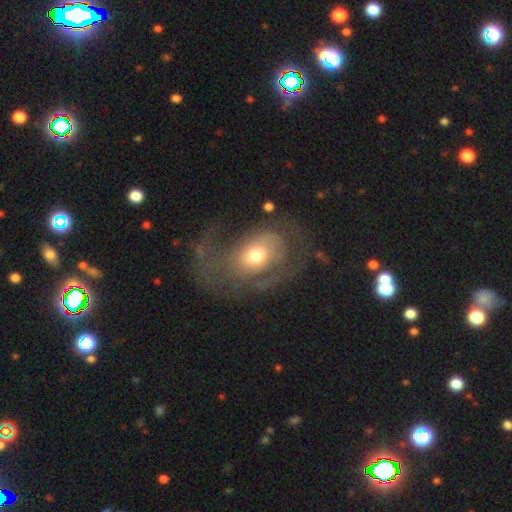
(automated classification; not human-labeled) Smooth or featured: featured or disk — 67% (smooth — 26%)
Edge-on disk: no — 95% (yes — 5%)
Bar: no — 79% (weak — 17%)
Spiral arms: yes — 69% (no — 31%)
Bulge size: moderate — 64% (small — 22%)
Merging: none — 42% (major disturbance — 37%)